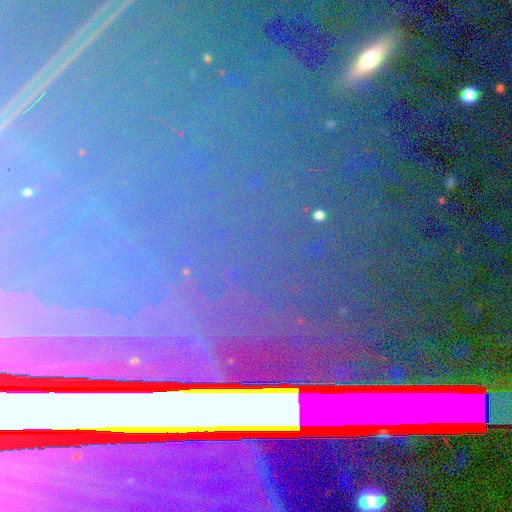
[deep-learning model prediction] Overall: star or artifact (75%).